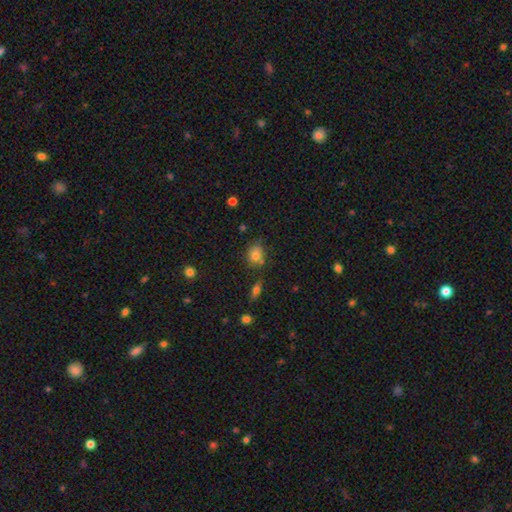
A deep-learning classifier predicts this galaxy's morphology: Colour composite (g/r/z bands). It shows a smooth galaxy with no disk features (77%) that is in between round and cigar-shaped (50%). Merging: none (65%).